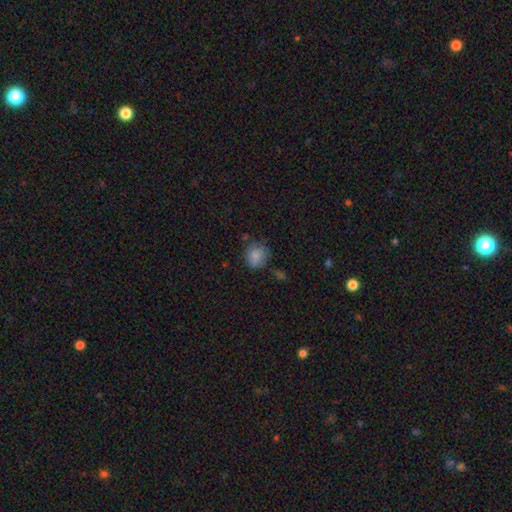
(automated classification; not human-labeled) Smooth or featured: smooth — 84% (star or artifact — 9%)
How rounded: round — 79% (in between — 20%)
Merging: none — 68% (minor disturbance — 22%)